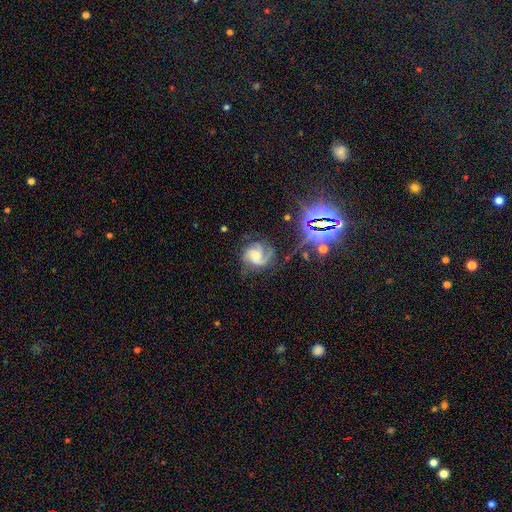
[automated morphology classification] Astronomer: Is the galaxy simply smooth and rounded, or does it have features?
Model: featured or disk — 76%.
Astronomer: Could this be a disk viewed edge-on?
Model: no — 98%.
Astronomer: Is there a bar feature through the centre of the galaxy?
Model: no — 53% (runner-up: weak, 37%).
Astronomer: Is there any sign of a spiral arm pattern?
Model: yes — 96%.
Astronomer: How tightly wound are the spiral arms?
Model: medium — 48% (runner-up: tight, 33%).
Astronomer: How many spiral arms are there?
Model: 2 — 57%.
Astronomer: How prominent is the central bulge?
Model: moderate — 49% (runner-up: small, 35%).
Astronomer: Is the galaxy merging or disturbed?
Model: none — 61%.